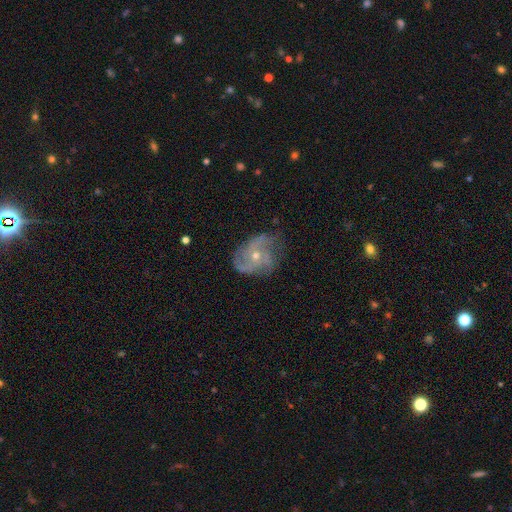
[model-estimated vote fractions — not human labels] Overall: featured or disk (81%). Edge-on disk: no (97%). Bar: no (75%). Spiral arms: yes (95%). Spiral arm count: 3 (45%; 2 22%). Spiral winding: medium (47%; tight 30%). Bulge size: small (56%; moderate 42%). Merging: none (65%).